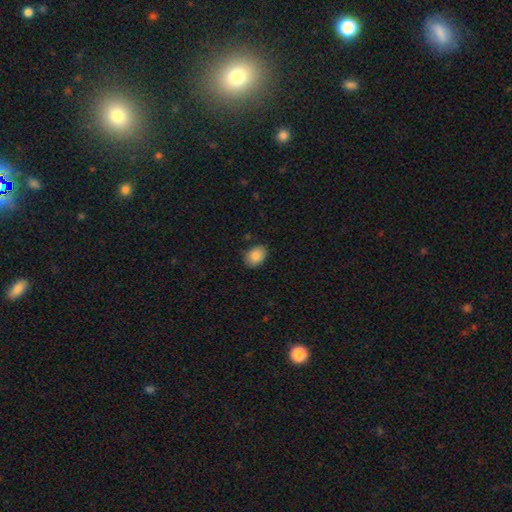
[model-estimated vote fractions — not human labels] smooth-or-featured: smooth: 87% | star or artifact: 8% | featured or disk: 6%
  how-rounded: in between: 73% | round: 26% | cigar-shaped: 1%
  merging: none: 83% | minor disturbance: 14% | major disturbance: 3% | merger: 1%